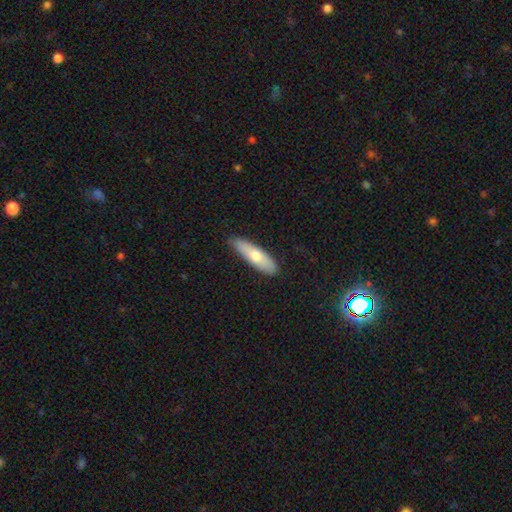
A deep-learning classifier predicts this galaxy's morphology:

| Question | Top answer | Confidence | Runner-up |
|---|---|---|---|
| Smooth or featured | smooth | 67% | featured or disk (28%) |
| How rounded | cigar-shaped | 63% | in between (35%) |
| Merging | none | 83% | minor disturbance (13%) |